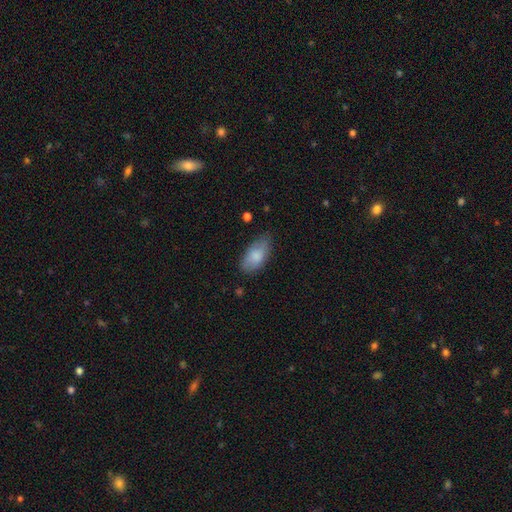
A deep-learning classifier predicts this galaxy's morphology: Overall: smooth (83%). How rounded: in between (93%). Merging: none (68%).